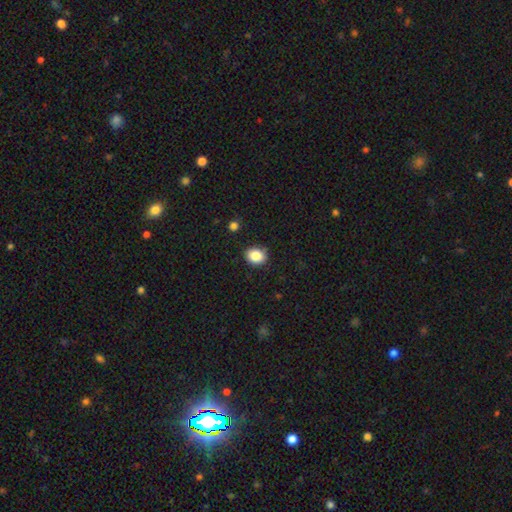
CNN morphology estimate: Smooth or featured? Predicted: smooth (p=0.86). How rounded? Predicted: round (p=0.57). Merging? Predicted: none (p=0.86).